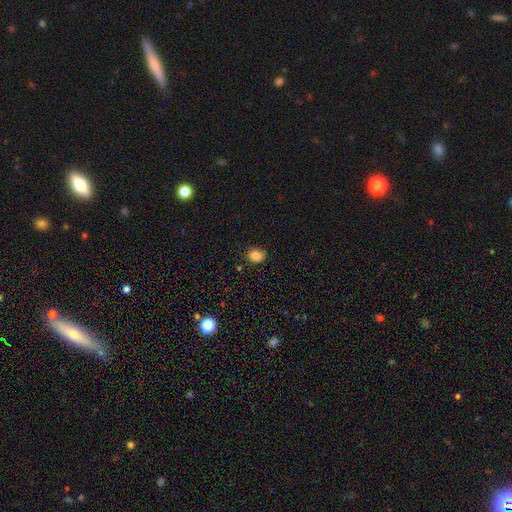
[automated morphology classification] smooth 84%, star or artifact 11%, featured or disk 4%. Down the decision tree: how rounded — round (69%); merging — none (82%).